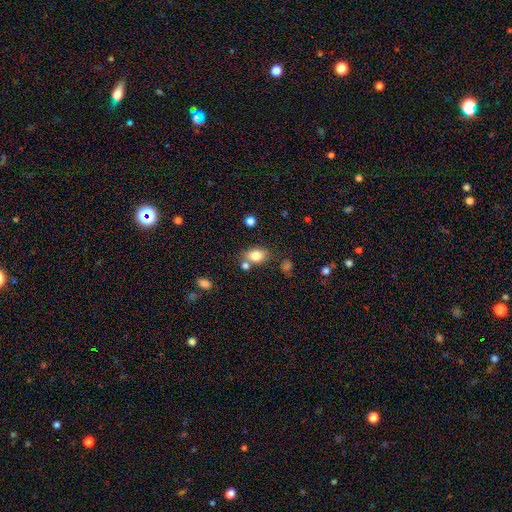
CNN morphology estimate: This is clearly a smooth galaxy (81%). How rounded: likely in between (77%). Merging: likely none (66%).